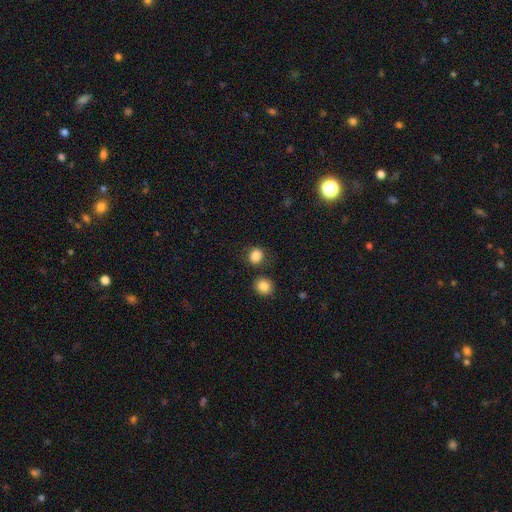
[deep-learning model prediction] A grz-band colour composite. It shows a smooth galaxy with no disk features (84%) that is round (70%). Merging: none (75%).